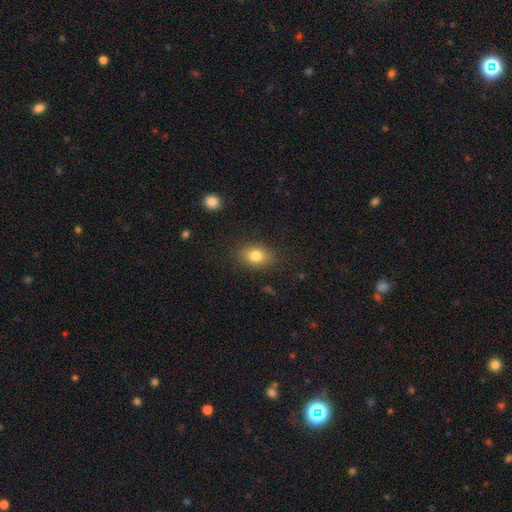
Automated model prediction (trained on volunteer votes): This is clearly a smooth galaxy (81%). How rounded: likely in between (74%). Merging: clearly none (85%).